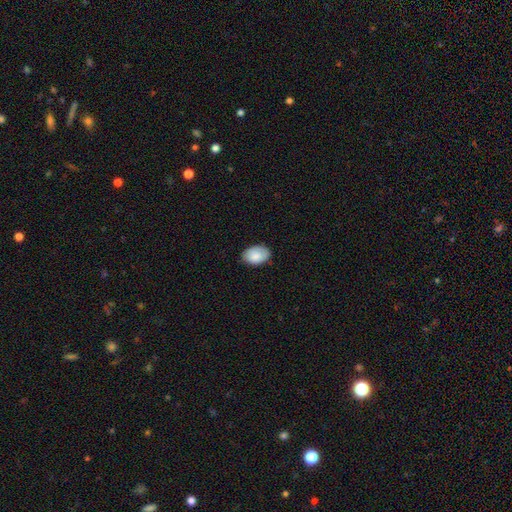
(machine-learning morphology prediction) smooth_or_featured: smooth (p=0.86) [alt: featured or disk p=0.07]
how_rounded: in between (p=0.88) [alt: round p=0.11]
merging: none (p=0.78) [alt: minor disturbance p=0.19]